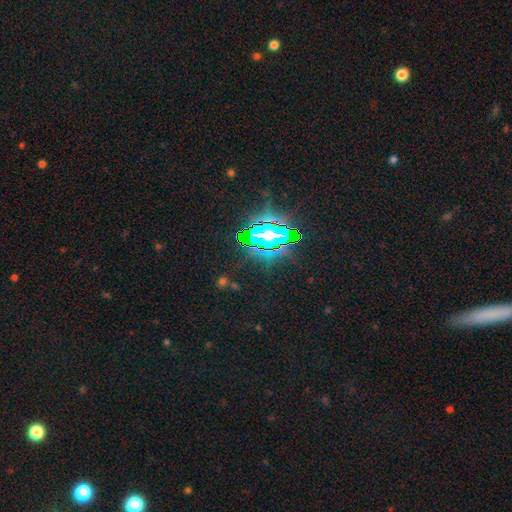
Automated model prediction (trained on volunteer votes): A star or artifact, not a galaxy (80%).

Vote fractions:
- Smooth or featured? star or artifact: 80% / smooth: 12% / featured or disk: 8%